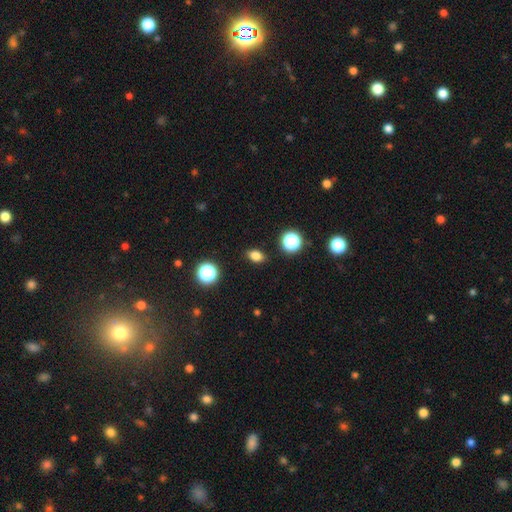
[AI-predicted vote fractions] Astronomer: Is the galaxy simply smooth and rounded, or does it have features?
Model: smooth — 81%.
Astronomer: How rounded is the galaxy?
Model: in between — 76%.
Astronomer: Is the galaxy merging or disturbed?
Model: none — 88%.